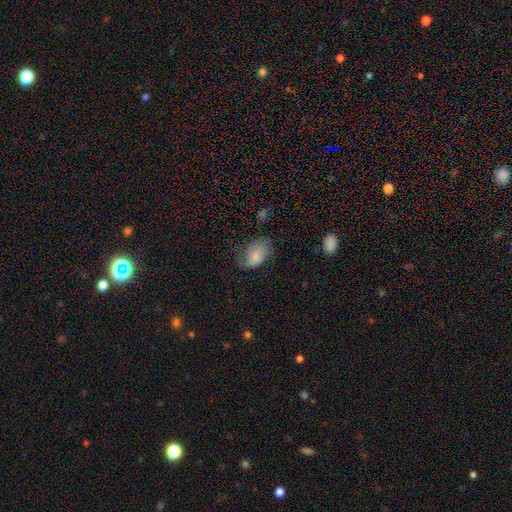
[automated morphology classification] smooth 71%, featured or disk 21%, star or artifact 8%. Down the decision tree: how rounded — in between (86%); merging — none (45%).